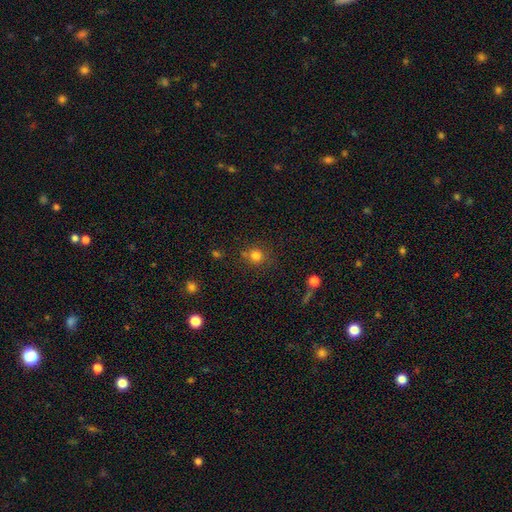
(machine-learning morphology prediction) smooth-or-featured: smooth: 79% | star or artifact: 15% | featured or disk: 6%
  how-rounded: round: 88% | in between: 11% | cigar-shaped: 1%
  merging: none: 74% | minor disturbance: 13% | merger: 8% | major disturbance: 5%